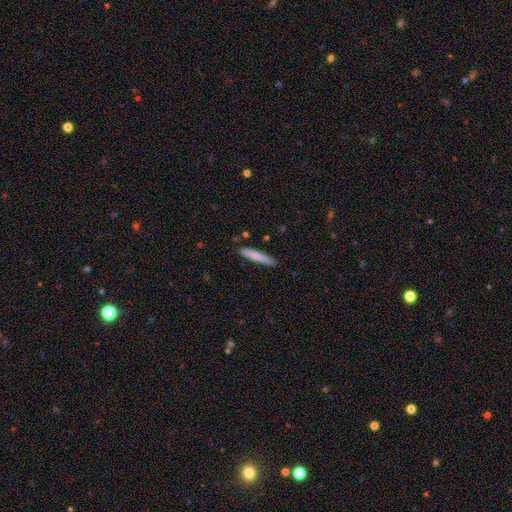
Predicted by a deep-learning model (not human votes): This appears to be a smooth galaxy with no disk features (77%) that is cigar-shaped (92%). Merging: none (87%).